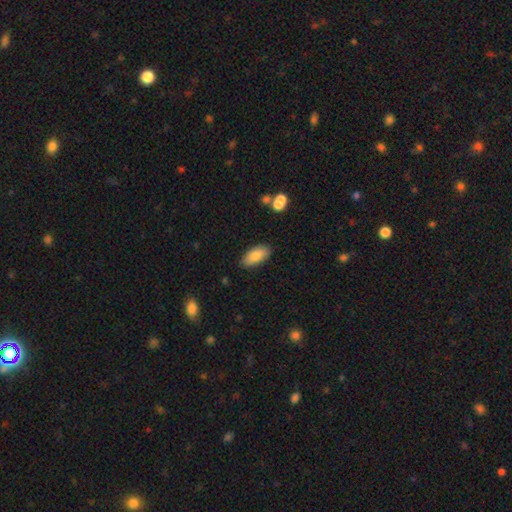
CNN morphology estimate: Smooth or featured: smooth — 85% (featured or disk — 9%)
How rounded: in between — 89% (cigar-shaped — 8%)
Merging: none — 82% (minor disturbance — 13%)